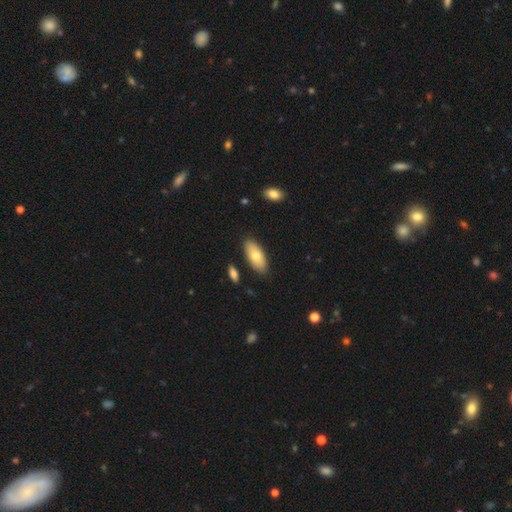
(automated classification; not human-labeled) A smooth galaxy with no disk features (74%) that is in between round and cigar-shaped (86%).

Vote fractions:
- Smooth or featured? smooth: 74% / featured or disk: 20% / star or artifact: 6%
- How rounded? in between: 86% / cigar-shaped: 12% / round: 2%
- Merging? none: 84% / minor disturbance: 11% / merger: 3% / major disturbance: 2%